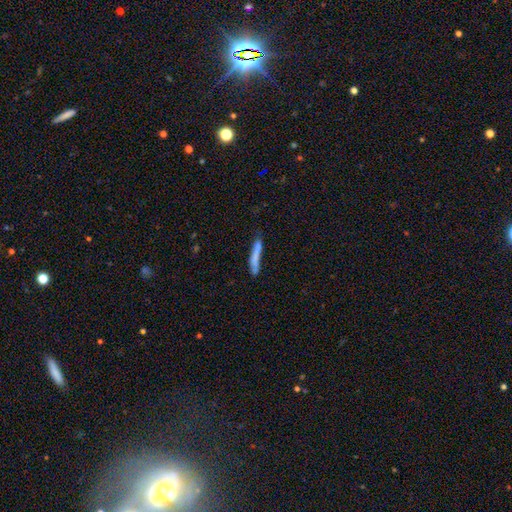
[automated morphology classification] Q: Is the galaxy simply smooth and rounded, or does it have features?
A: smooth — 73%.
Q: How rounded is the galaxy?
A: cigar-shaped — 94%.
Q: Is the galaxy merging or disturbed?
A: none — 66%.